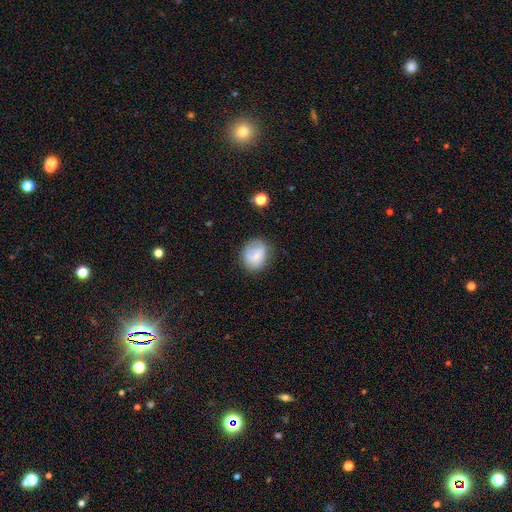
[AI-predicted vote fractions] Smooth or featured: smooth — 71% (featured or disk — 20%)
How rounded: round — 59% (in between — 40%)
Merging: none — 63% (minor disturbance — 25%)